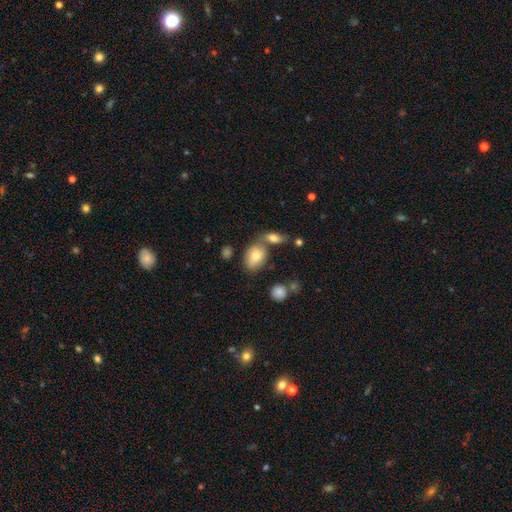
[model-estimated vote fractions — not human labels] Smooth or featured: smooth — 78% (featured or disk — 13%)
How rounded: in between — 83% (round — 16%)
Merging: none — 49% (merger — 31%)